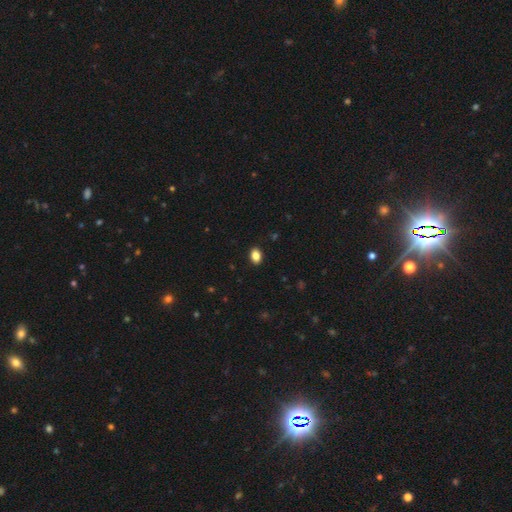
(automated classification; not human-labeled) smooth_or_featured: smooth (p=0.87) [alt: star or artifact p=0.09]
how_rounded: in between (p=0.80) [alt: round p=0.18]
merging: none (p=0.90) [alt: minor disturbance p=0.07]